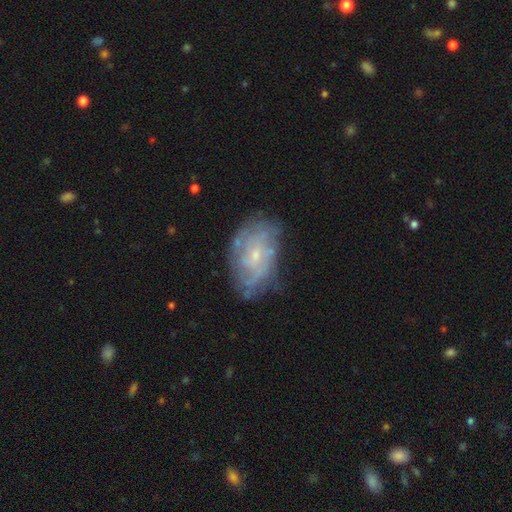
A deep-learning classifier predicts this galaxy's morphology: smooth_or_featured: featured or disk (p=0.71) [alt: smooth p=0.21]
disk_edge_on: no (p=0.96) [alt: yes p=0.04]
bar: no (p=0.67) [alt: weak p=0.29]
has_spiral_arms: yes (p=0.77) [alt: no p=0.23]
spiral_winding: tight (p=0.51) [alt: medium p=0.34]
spiral_arm_count: can't tell (p=0.56) [alt: 2 p=0.15]
bulge_size: small (p=0.73) [alt: moderate p=0.21]
merging: none (p=0.66) [alt: minor disturbance p=0.23]